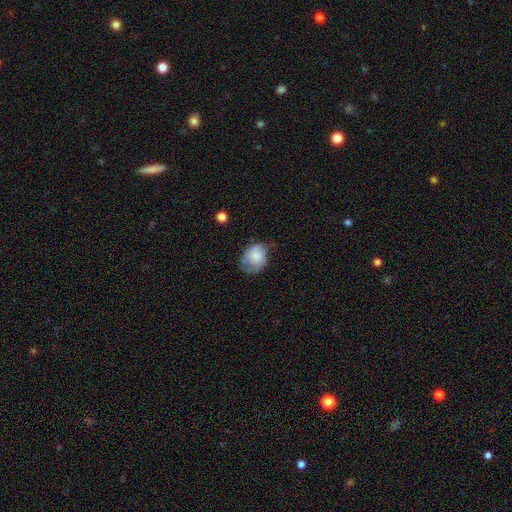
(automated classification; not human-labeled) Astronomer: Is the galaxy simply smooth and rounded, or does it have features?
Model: smooth — 74%.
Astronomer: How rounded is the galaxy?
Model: in between — 53% (runner-up: round, 46%).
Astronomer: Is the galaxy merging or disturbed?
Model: none — 43% (runner-up: minor disturbance, 37%).